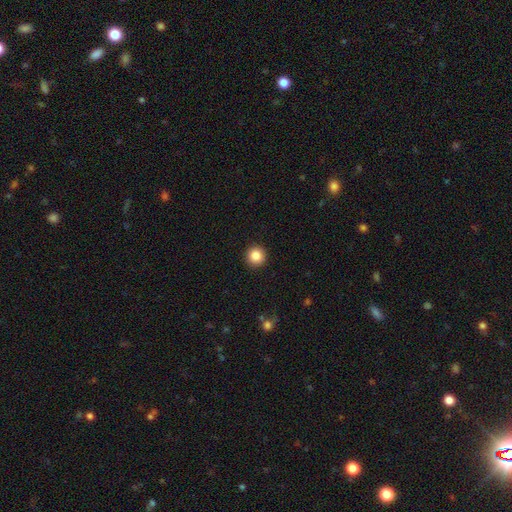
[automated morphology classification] type=smooth (85%); roundness=round (95%); merging=none (93%).